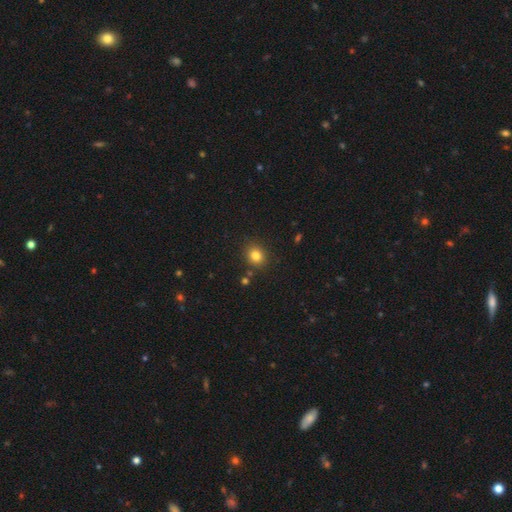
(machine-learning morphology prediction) Q: Smooth or featured?
A: smooth (81%); runner-up: star or artifact (13%)
Q: How rounded?
A: round (75%); runner-up: in between (24%)
Q: Merging?
A: none (85%); runner-up: minor disturbance (8%)